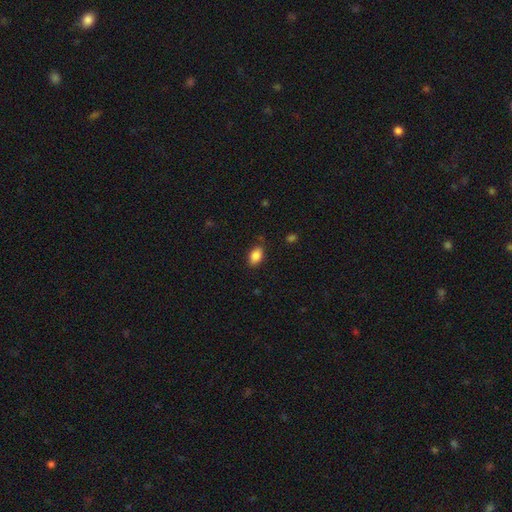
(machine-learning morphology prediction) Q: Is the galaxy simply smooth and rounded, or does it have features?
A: smooth — 87%.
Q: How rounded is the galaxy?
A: in between — 89%.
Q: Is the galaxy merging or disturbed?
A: none — 82%.